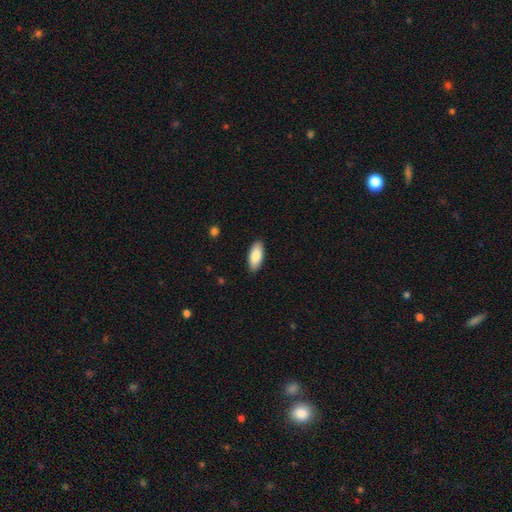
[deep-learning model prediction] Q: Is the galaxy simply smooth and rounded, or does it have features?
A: smooth — 86%.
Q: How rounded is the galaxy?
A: in between — 86%.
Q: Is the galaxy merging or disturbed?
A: none — 89%.